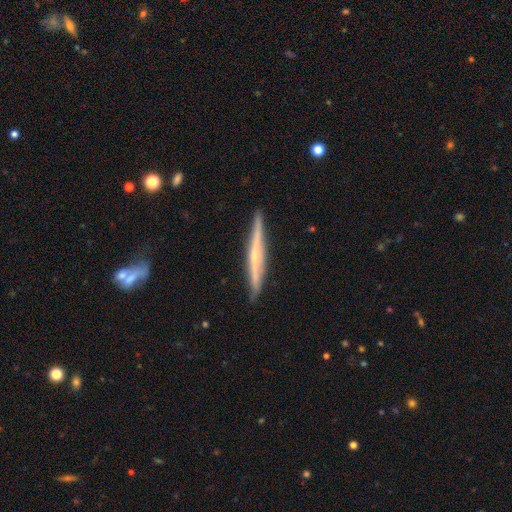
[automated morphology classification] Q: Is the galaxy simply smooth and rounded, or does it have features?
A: featured or disk — 64%.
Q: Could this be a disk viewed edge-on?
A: yes — 97%.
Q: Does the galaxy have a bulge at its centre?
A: none — 46%.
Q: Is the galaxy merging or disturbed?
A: none — 89%.